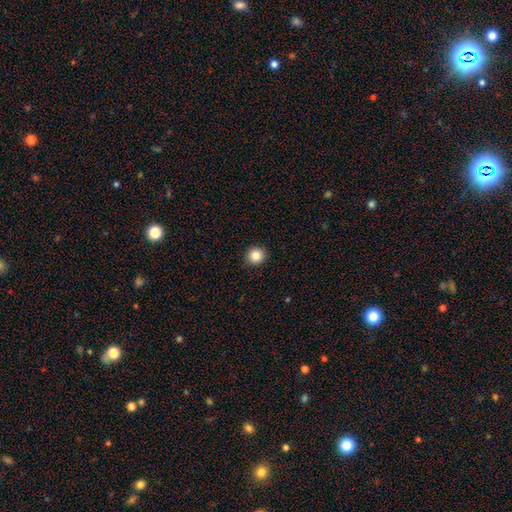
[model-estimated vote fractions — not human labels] Smooth or featured? Predicted: smooth (p=0.84). How rounded? Predicted: round (p=0.94). Merging? Predicted: none (p=0.92).